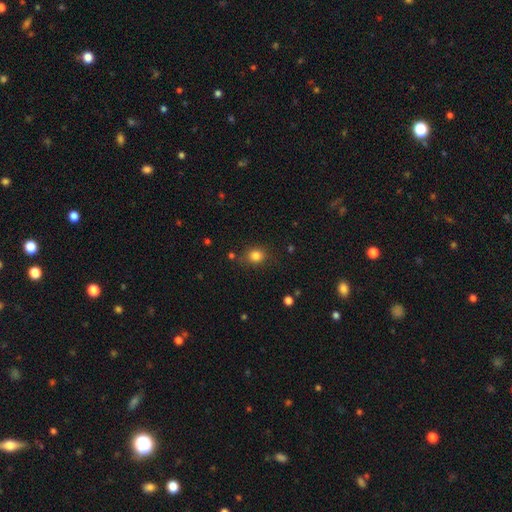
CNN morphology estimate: smooth 82%, star or artifact 12%, featured or disk 6%. Down the decision tree: how rounded — round (71%); merging — none (80%).